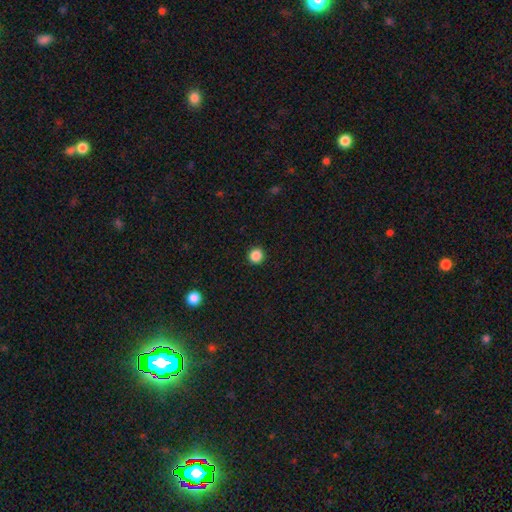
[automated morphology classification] This appears to be a smooth galaxy with no disk features (87%) that is round (94%). Merging: none (93%).